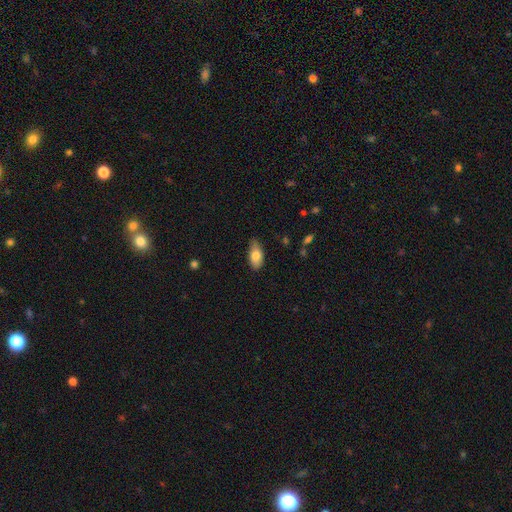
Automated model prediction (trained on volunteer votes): Smooth or featured?
  - smooth: 77% *
  - featured or disk: 16%
  - star or artifact: 7%
How rounded?
  - in between: 90% *
  - cigar-shaped: 6%
  - round: 4%
Merging?
  - none: 71% *
  - minor disturbance: 24%
  - major disturbance: 3%
  - merger: 1%